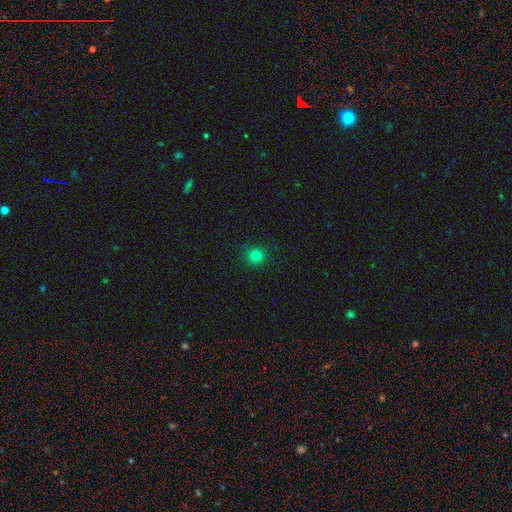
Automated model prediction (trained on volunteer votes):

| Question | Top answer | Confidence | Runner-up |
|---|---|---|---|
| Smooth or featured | smooth | 80% | star or artifact (15%) |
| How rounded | round | 94% | in between (5%) |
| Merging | none | 91% | minor disturbance (6%) |